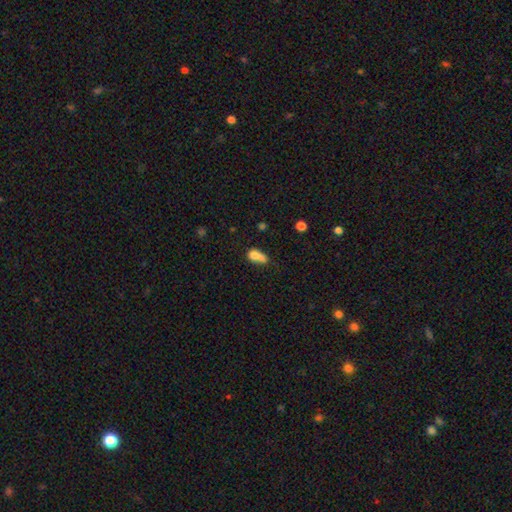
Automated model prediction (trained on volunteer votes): smooth_or_featured: smooth (p=0.73) [alt: featured or disk p=0.16]
how_rounded: in between (p=0.53) [alt: round p=0.43]
merging: merger (p=0.59) [alt: none p=0.22]